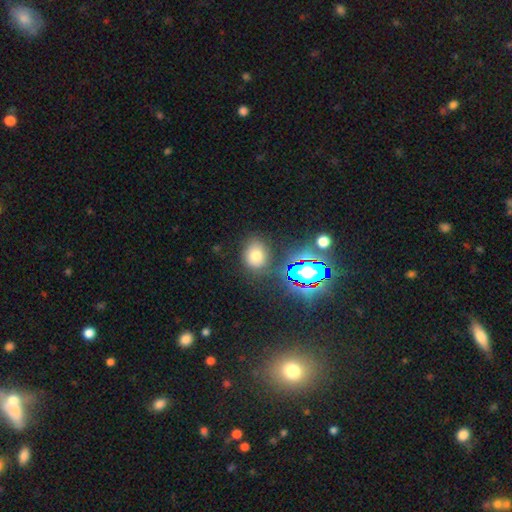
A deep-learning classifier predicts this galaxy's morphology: smooth-or-featured: smooth: 68% | star or artifact: 21% | featured or disk: 12%
  how-rounded: round: 58% | in between: 41% | cigar-shaped: 1%
  merging: none: 77% | minor disturbance: 13% | merger: 5% | major disturbance: 5%